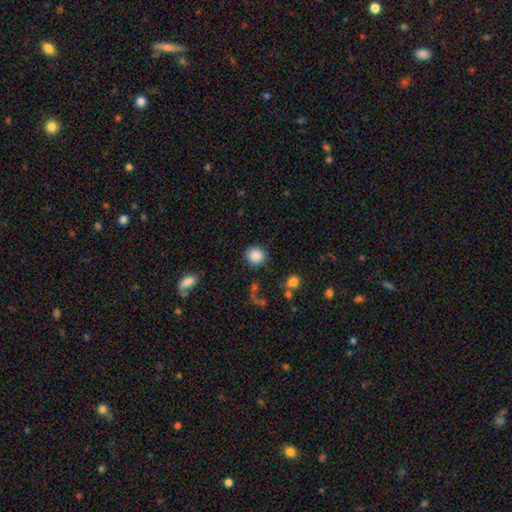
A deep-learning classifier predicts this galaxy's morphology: This is clearly a smooth galaxy (87%). How rounded: clearly round (86%). Merging: clearly none (86%).